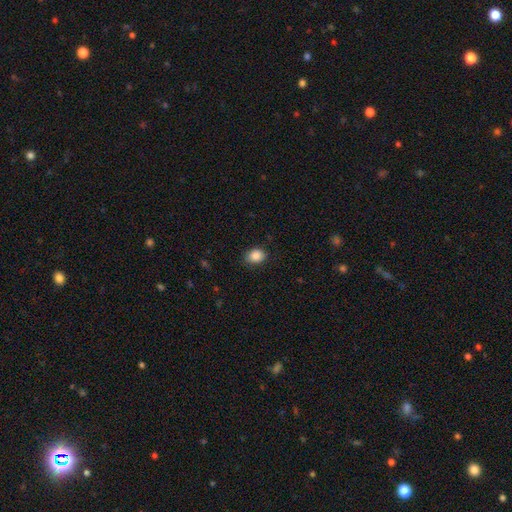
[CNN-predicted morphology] type=smooth (87%); roundness=in between (57%); merging=none (83%).